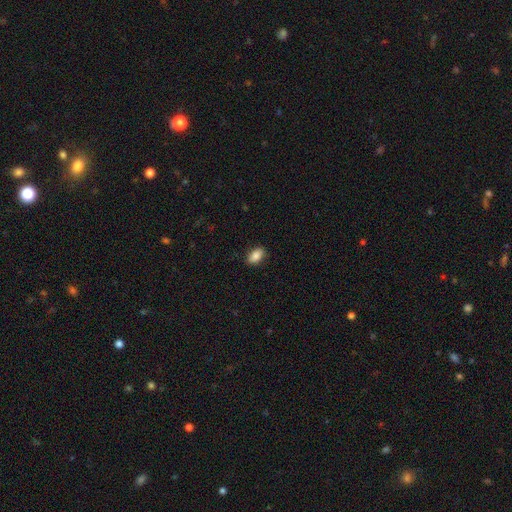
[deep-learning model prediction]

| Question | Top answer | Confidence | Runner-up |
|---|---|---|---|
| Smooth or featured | smooth | 87% | star or artifact (8%) |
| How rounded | in between | 91% | round (7%) |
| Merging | none | 88% | minor disturbance (9%) |